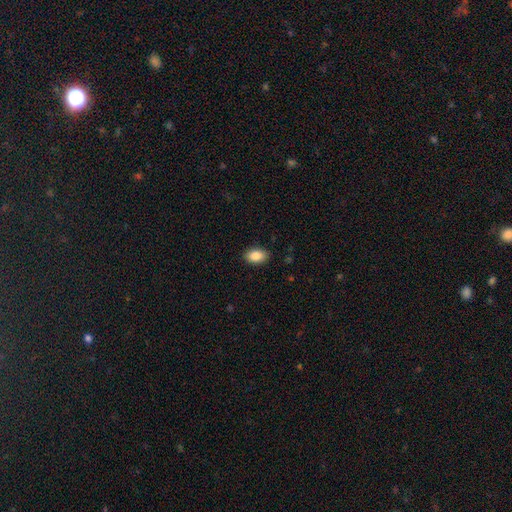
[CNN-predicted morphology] Smooth or featured? Predicted: smooth (p=0.88). How rounded? Predicted: in between (p=0.88). Merging? Predicted: none (p=0.88).